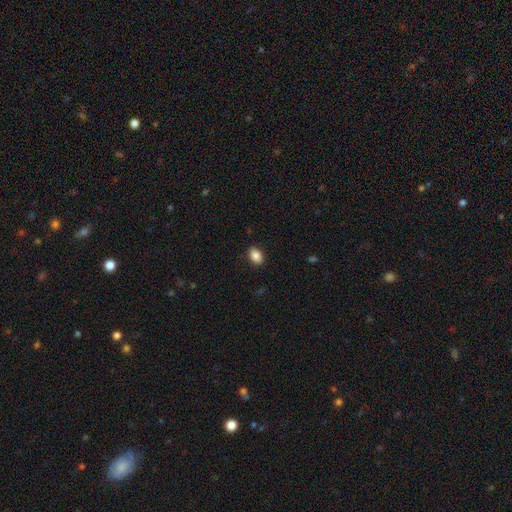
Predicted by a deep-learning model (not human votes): This is clearly a smooth galaxy (87%). How rounded: clearly in between (83%). Merging: clearly none (88%).